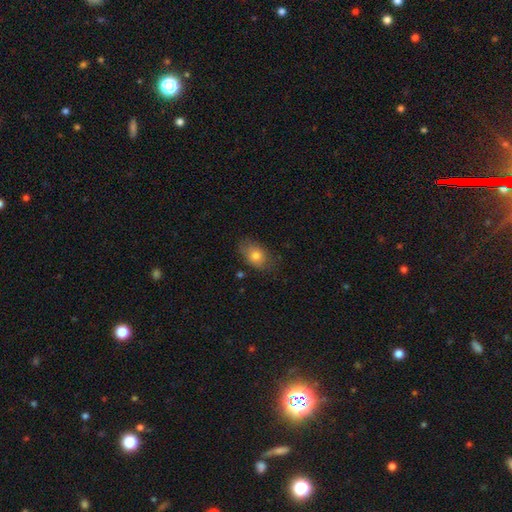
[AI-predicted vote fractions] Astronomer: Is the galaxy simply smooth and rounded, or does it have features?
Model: smooth — 78%.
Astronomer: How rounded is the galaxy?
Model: in between — 83%.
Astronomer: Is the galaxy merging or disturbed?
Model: none — 70%.